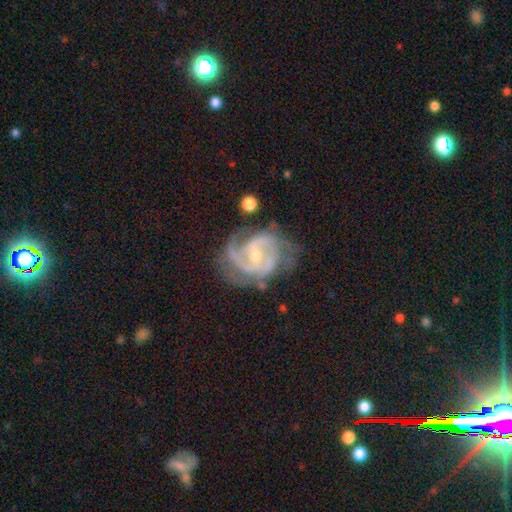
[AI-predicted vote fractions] This is clearly a featured or disk galaxy (90%). It is clearly not viewed edge-on (98%). Bar: marginally weak (44%, tied with no). Spiral arm pattern: clearly yes (97%). Spiral arm count: possibly 2 (50%). Spiral winding: possibly tight (49%). Central bulge: possibly small (50%). Merging: possibly none (59%).